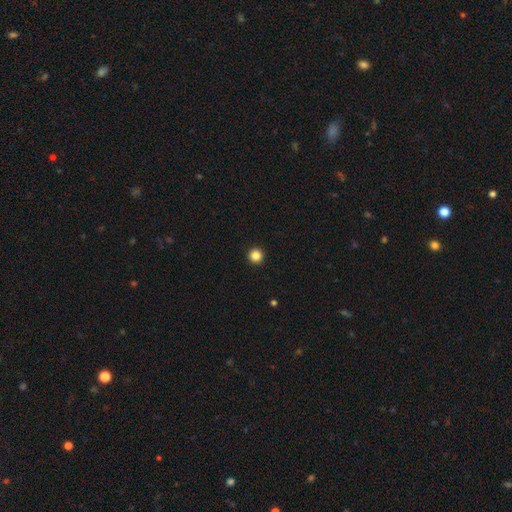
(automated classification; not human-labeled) A smooth galaxy with no disk features (85%) that is round (96%). Merging: none (94%).